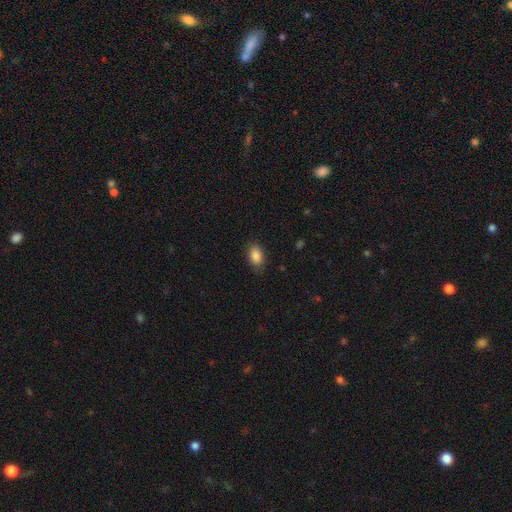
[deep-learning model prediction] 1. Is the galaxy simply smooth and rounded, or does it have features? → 88% smooth, 8% star or artifact, 4% featured or disk.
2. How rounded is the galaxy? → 88% in between, 10% round, 2% cigar-shaped.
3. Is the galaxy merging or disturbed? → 83% none, 13% minor disturbance, 3% major disturbance, 1% merger.